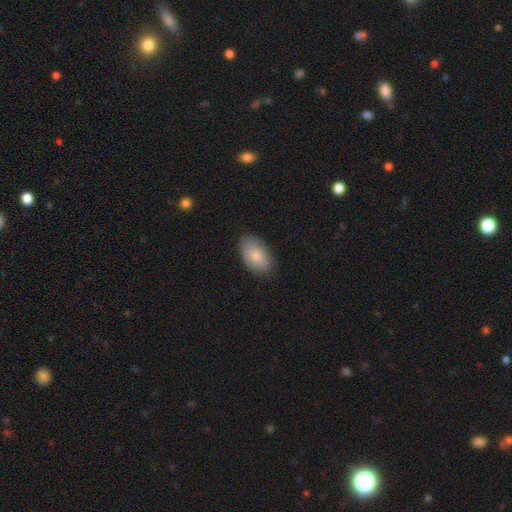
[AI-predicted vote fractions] Q: Smooth or featured?
A: smooth (81%); runner-up: featured or disk (13%)
Q: How rounded?
A: in between (93%); runner-up: round (5%)
Q: Merging?
A: none (81%); runner-up: minor disturbance (15%)